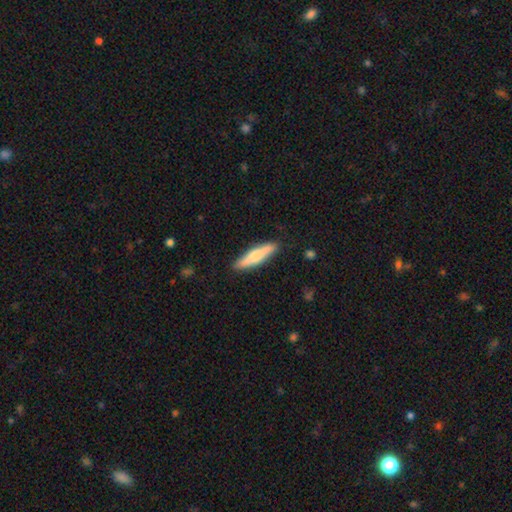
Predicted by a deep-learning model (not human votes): smooth_or_featured: smooth (p=0.63) [alt: featured or disk p=0.31]
how_rounded: cigar-shaped (p=0.81) [alt: in between p=0.18]
merging: none (p=0.87) [alt: minor disturbance p=0.10]